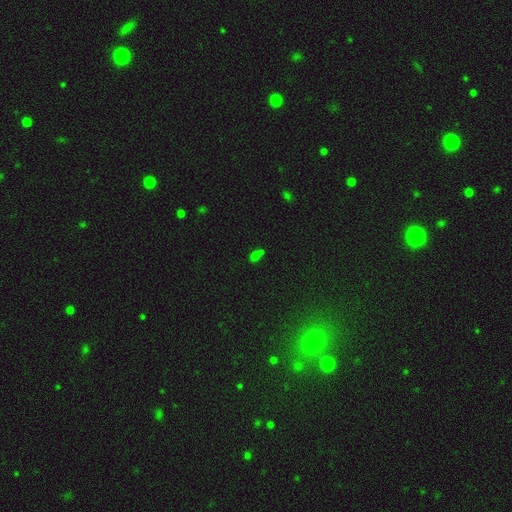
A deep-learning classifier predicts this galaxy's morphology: Smooth or featured: smooth — 55% (star or artifact — 35%)
How rounded: in between — 72% (round — 24%)
Merging: none — 45% (merger — 32%)